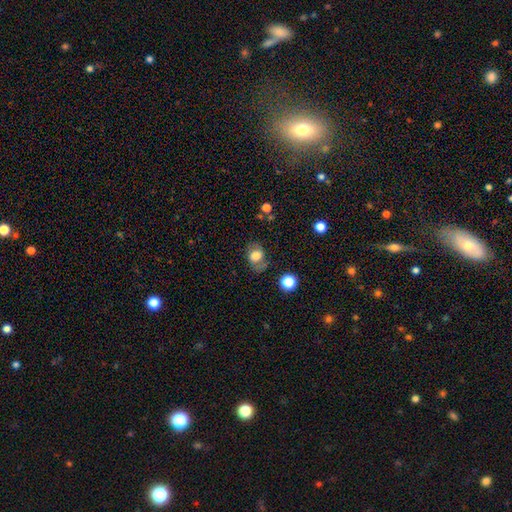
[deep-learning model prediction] The model was most divided on "how rounded": in between: 59%, round: 40%, cigar-shaped: 1%. More confident: smooth or featured — smooth (71%); merging — none (59%).